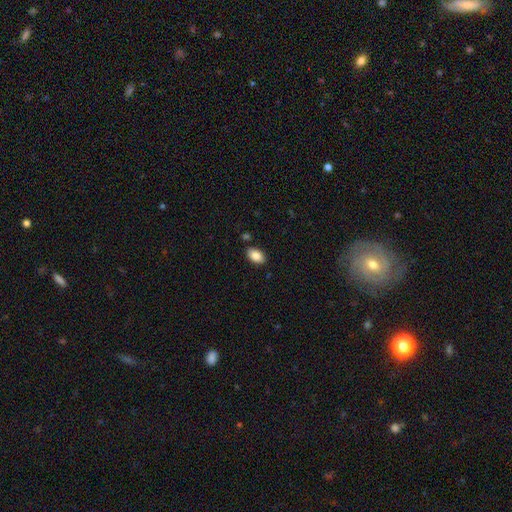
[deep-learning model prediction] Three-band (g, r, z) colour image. It shows a smooth galaxy with no disk features (87%) that is in between round and cigar-shaped (91%). Merging: none (85%).